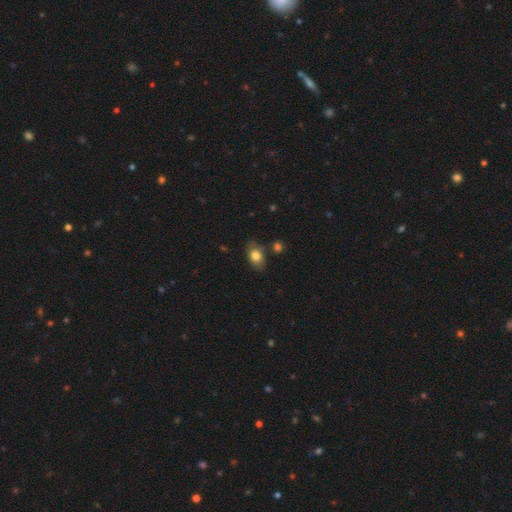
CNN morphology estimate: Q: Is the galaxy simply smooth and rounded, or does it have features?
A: smooth — 78%.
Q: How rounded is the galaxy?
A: in between — 83%.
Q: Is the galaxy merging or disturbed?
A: none — 74%.